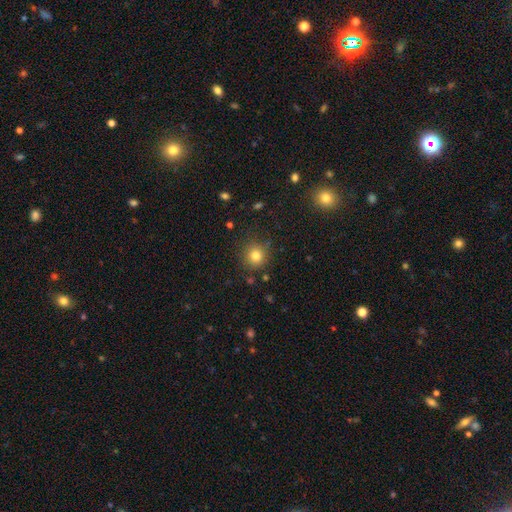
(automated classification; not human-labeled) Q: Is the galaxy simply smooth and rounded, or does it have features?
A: smooth — 80%.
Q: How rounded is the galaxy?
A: round — 92%.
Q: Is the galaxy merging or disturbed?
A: none — 85%.